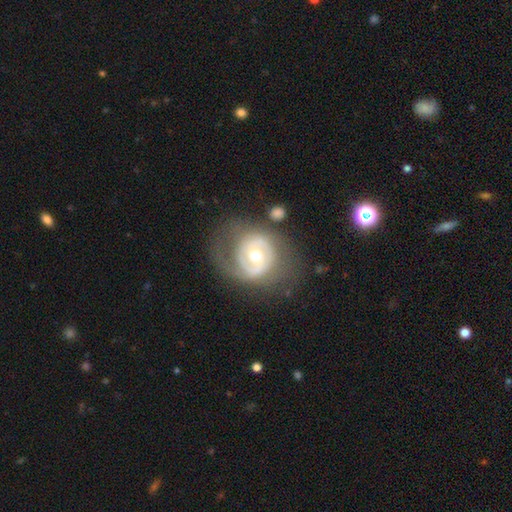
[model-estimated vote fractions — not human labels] Overall: featured or disk (73%). Edge-on disk: no (97%). Bar: no (62%; weak 28%). Spiral arms: yes (64%; no 36%). Bulge size: moderate (74%). Merging: none (57%; minor disturbance 20%).